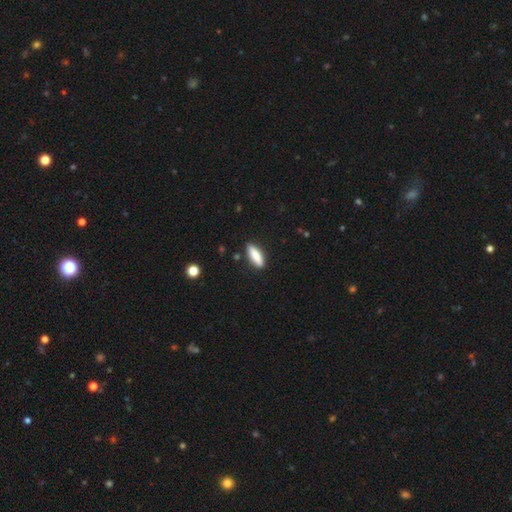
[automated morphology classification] Smooth or featured? smooth (82%)
How rounded? cigar-shaped (50%)
Merging? none (87%)